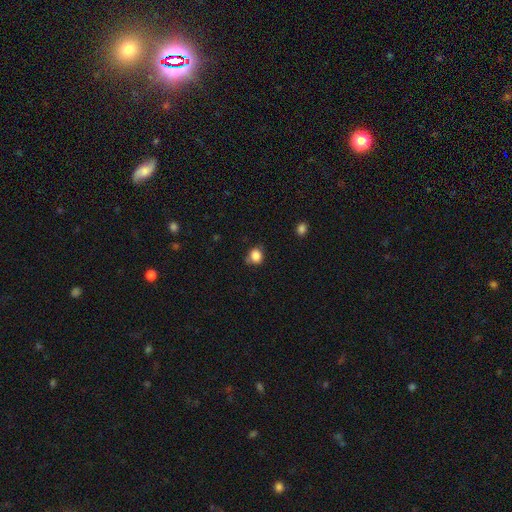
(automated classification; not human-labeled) Smooth or featured: smooth — 84% (star or artifact — 10%)
How rounded: round — 75% (in between — 24%)
Merging: none — 64% (minor disturbance — 27%)